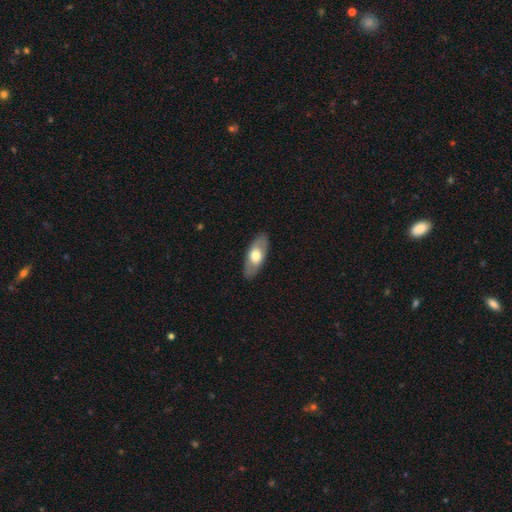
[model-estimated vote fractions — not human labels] Morphology: type=smooth (56%); roundness=in between (84%); merging=none (87%).